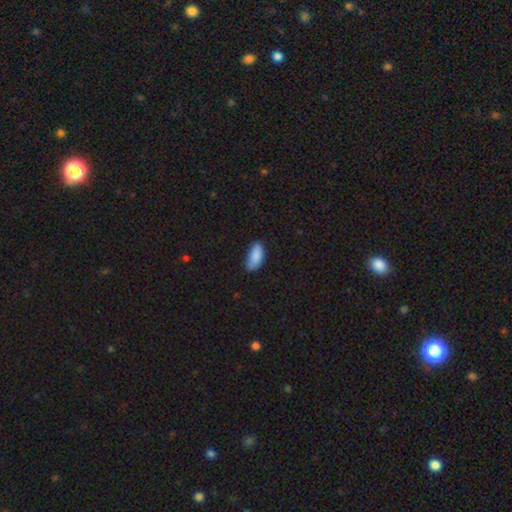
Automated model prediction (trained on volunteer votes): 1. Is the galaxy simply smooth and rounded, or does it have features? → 88% smooth, 7% star or artifact, 6% featured or disk.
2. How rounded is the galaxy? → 88% in between, 10% cigar-shaped, 2% round.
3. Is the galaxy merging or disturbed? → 69% none, 26% minor disturbance, 4% major disturbance, 2% merger.